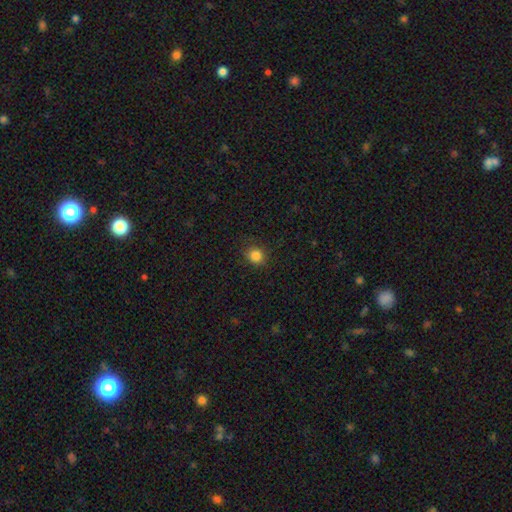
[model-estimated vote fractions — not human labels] A smooth galaxy with no disk features (84%) that is round (81%). Merging: none (86%).